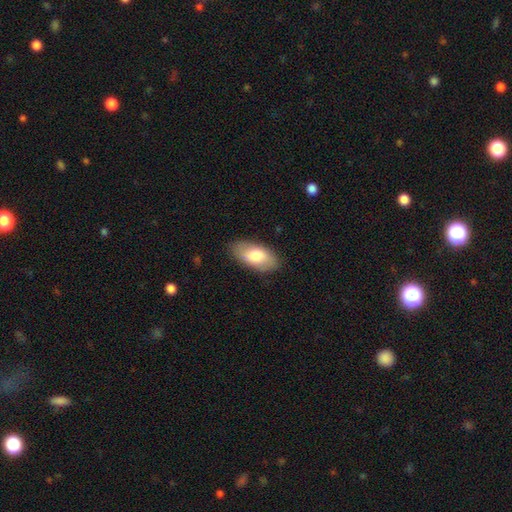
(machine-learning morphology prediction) Smooth or featured? Predicted: smooth (p=0.75). How rounded? Predicted: in between (p=0.93). Merging? Predicted: none (p=0.84).